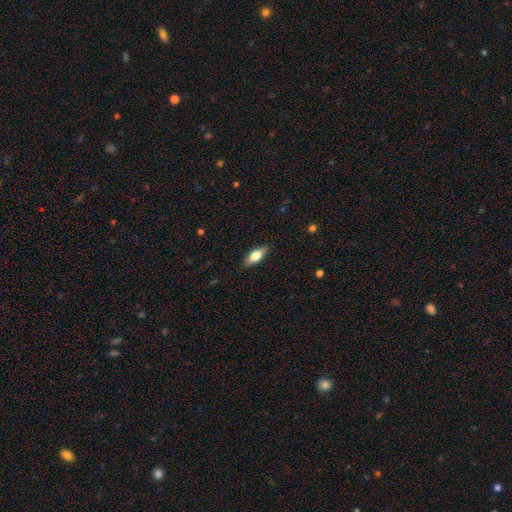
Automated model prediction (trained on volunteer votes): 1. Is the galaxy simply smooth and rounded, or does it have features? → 71% smooth, 23% featured or disk, 6% star or artifact.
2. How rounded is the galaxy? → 70% in between, 28% cigar-shaped, 3% round.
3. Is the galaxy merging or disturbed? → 88% none, 9% minor disturbance, 2% major disturbance, 1% merger.